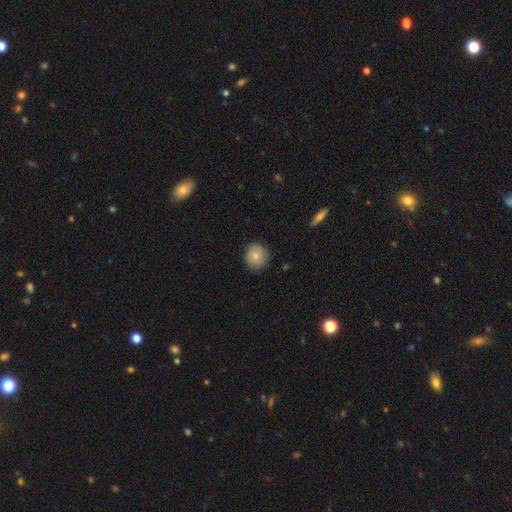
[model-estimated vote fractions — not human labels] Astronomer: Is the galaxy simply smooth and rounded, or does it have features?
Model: smooth — 82%.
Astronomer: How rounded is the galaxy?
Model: round — 84%.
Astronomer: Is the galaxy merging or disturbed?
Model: none — 86%.